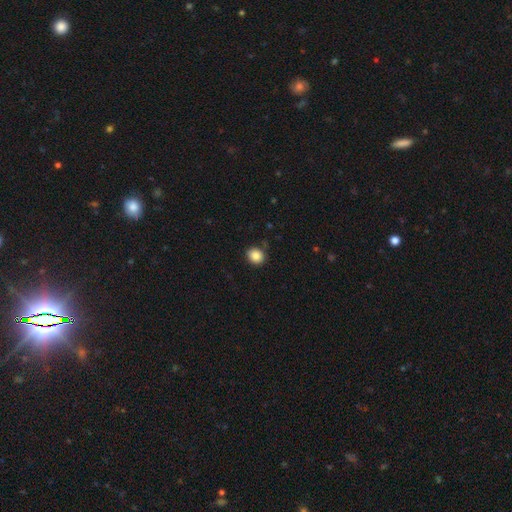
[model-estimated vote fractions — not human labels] A smooth galaxy with no disk features (85%) that is round (75%). Merging: none (86%).